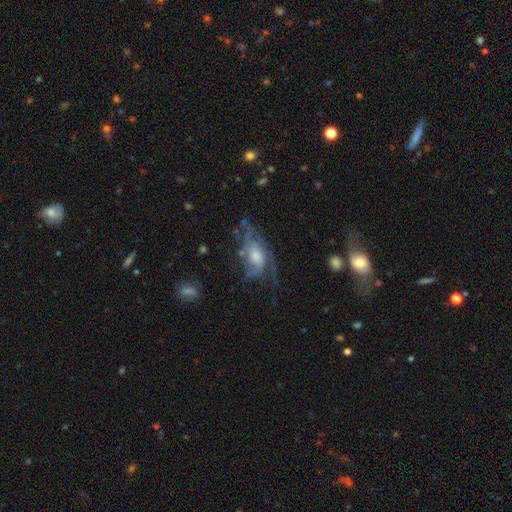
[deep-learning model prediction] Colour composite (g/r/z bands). It shows a featured or disk galaxy (72%) with no bar (65%), medium (43%) spiral arms (84%) and a moderate central bulge (45%). Merging: none (46%).